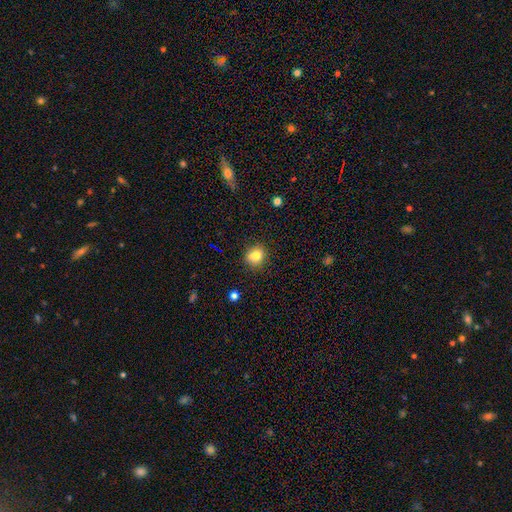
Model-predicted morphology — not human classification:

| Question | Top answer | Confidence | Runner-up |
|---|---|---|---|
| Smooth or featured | smooth | 81% | star or artifact (11%) |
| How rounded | round | 67% | in between (31%) |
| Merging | none | 79% | minor disturbance (14%) |